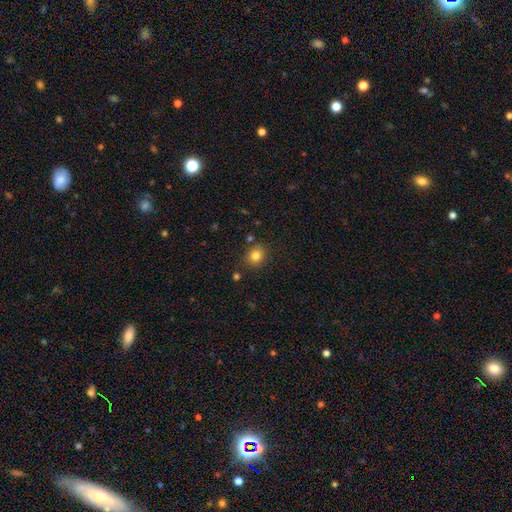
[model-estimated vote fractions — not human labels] This is clearly a smooth galaxy (81%). How rounded: likely round (76%). Merging: clearly none (80%).